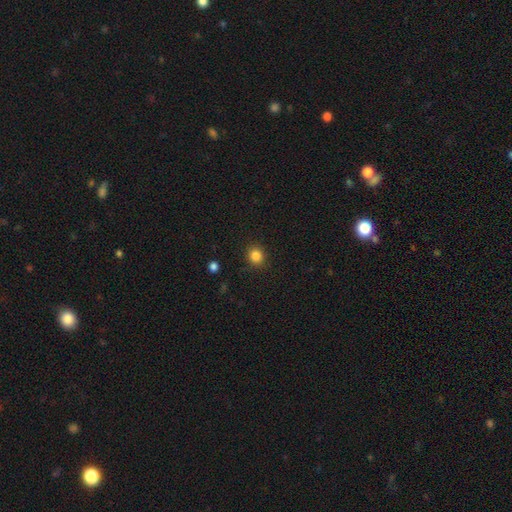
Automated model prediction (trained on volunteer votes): Overall: smooth (85%). How rounded: round (86%). Merging: none (90%).